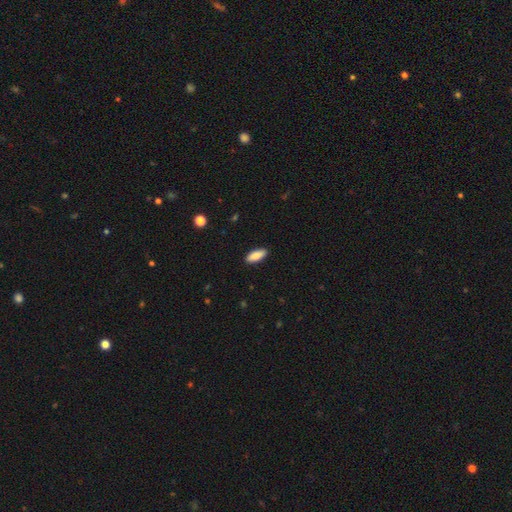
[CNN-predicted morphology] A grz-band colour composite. It shows a smooth galaxy with no disk features (85%) that is in between round and cigar-shaped (76%). Merging: none (89%).